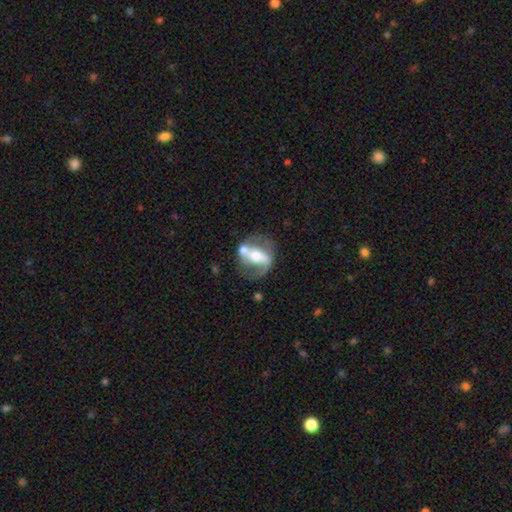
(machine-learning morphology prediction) smooth-or-featured: featured or disk: 74% | smooth: 19% | star or artifact: 7%
  disk-edge-on: no: 93% | yes: 7%
    bar: strong: 50% | weak: 26% | no: 23%
    has-spiral-arms: yes: 67% | no: 33%
    bulge-size: moderate: 66% | small: 18% | large: 12% | dominant: 2% | none: 2%
  merging: none: 55% | merger: 18% | minor disturbance: 16% | major disturbance: 11%